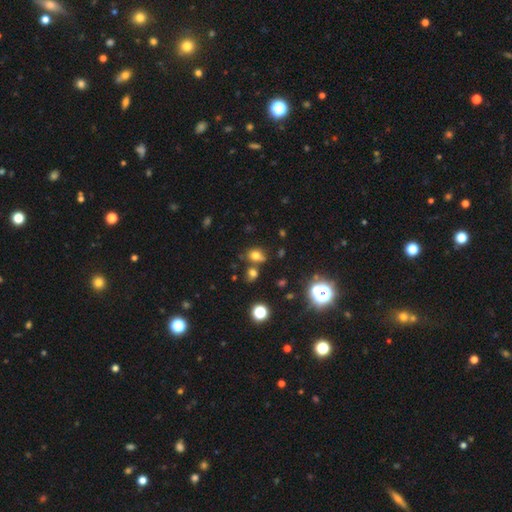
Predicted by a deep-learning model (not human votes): A smooth galaxy with no disk features (70%) that is in between round and cigar-shaped (52%).

Vote fractions:
- Smooth or featured? smooth: 70% / star or artifact: 21% / featured or disk: 9%
- How rounded? in between: 52% / round: 47% / cigar-shaped: 2%
- Merging? none: 60% / merger: 18% / minor disturbance: 16% / major disturbance: 6%